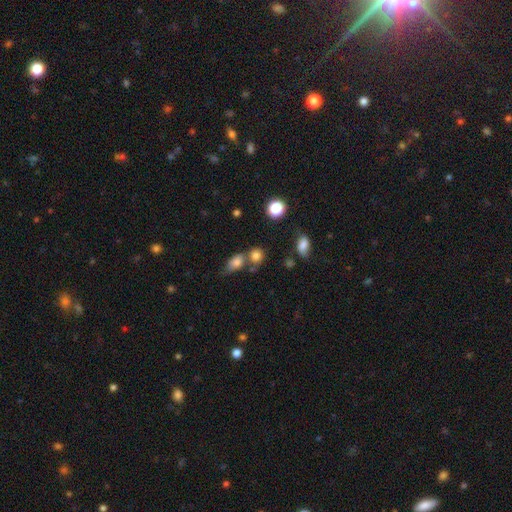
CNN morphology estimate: smooth 79%, star or artifact 13%, featured or disk 8%. Down the decision tree: how rounded — round (68%); merging — none (52%).